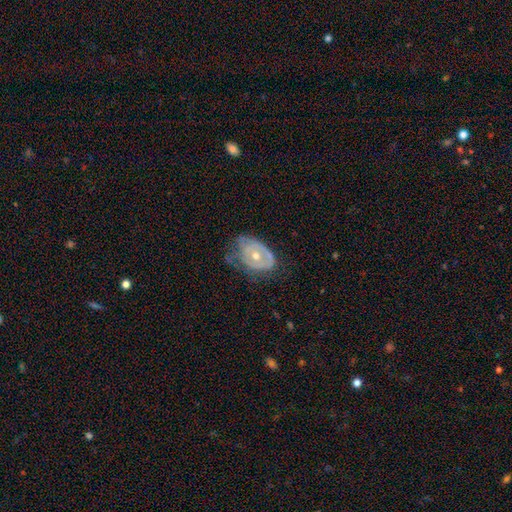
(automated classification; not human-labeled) This appears to be a featured or disk galaxy (65%) with no bar (84%), no spiral arms (56%) and a moderate central bulge (58%). Merging: none (45%).